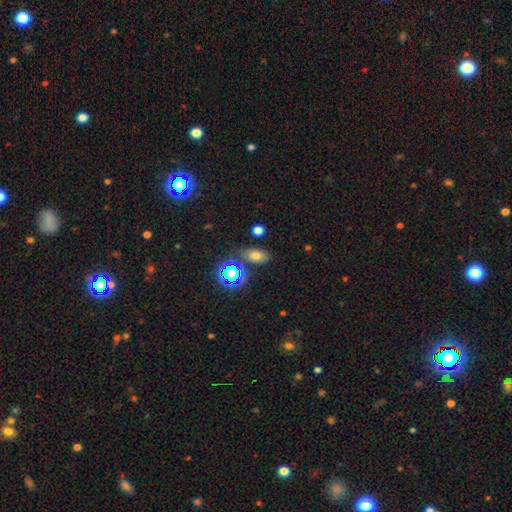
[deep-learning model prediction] Smooth or featured?
  - smooth: 66% *
  - star or artifact: 22%
  - featured or disk: 12%
How rounded?
  - in between: 83% *
  - round: 13%
  - cigar-shaped: 4%
Merging?
  - none: 80% *
  - minor disturbance: 11%
  - merger: 6%
  - major disturbance: 3%